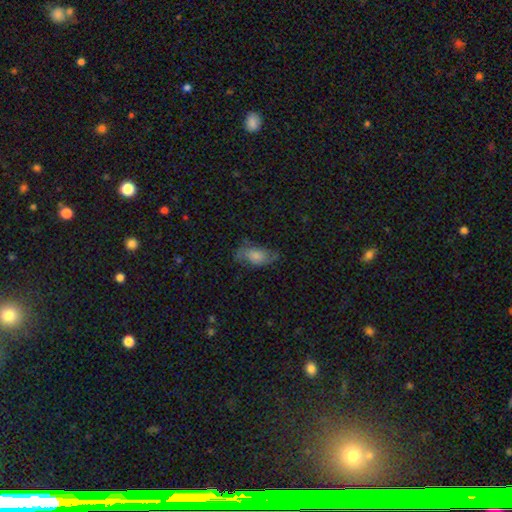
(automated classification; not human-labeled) This appears to be a smooth galaxy with no disk features (48%). Merging: none (66%).